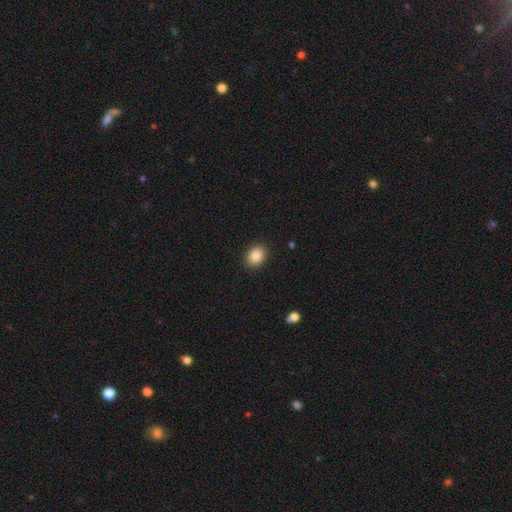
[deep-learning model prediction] Smooth or featured? smooth (85%)
How rounded? in between (53%)
Merging? none (90%)